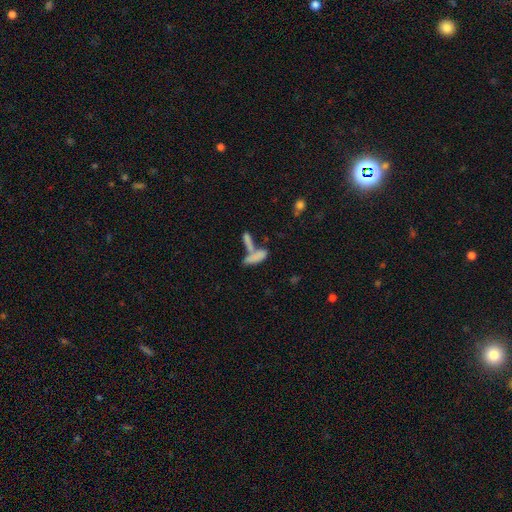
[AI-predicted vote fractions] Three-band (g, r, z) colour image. It shows a smooth galaxy with no disk features (73%) that is cigar-shaped (51%). Merging: merger (55%).